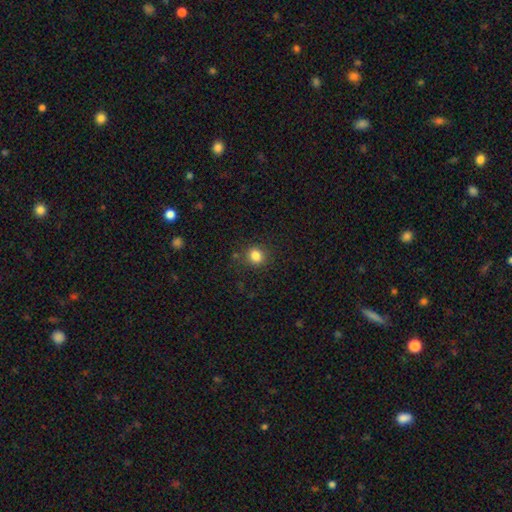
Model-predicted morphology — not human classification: Q: Smooth or featured?
A: smooth (84%); runner-up: star or artifact (12%)
Q: How rounded?
A: round (78%); runner-up: in between (21%)
Q: Merging?
A: none (85%); runner-up: minor disturbance (10%)